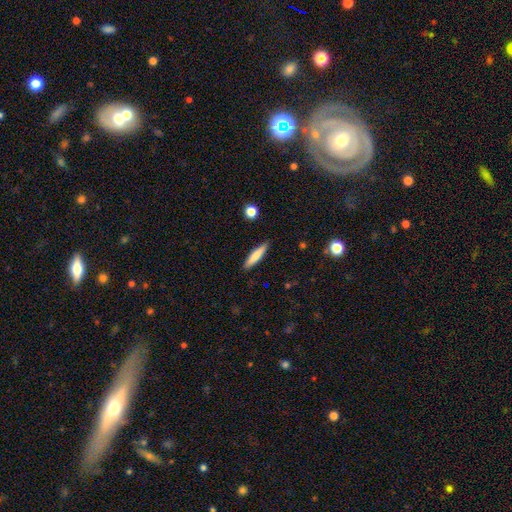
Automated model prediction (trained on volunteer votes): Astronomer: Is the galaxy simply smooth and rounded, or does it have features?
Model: smooth — 75%.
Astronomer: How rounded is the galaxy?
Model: cigar-shaped — 83%.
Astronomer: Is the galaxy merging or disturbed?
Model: none — 89%.